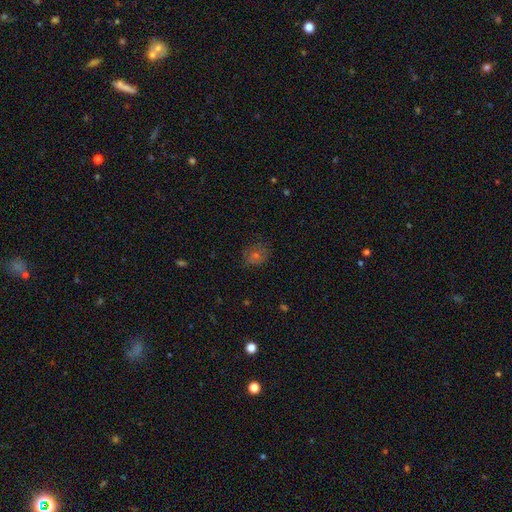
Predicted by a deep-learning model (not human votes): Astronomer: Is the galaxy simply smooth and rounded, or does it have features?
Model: smooth — 52%.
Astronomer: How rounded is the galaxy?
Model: round — 68%.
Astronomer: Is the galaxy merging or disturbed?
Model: none — 77%.